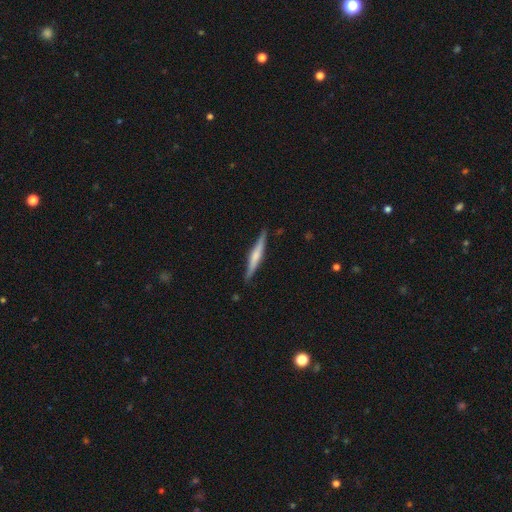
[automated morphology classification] Smooth or featured: featured or disk — 56% (smooth — 39%)
Edge-on disk: yes — 97% (no — 3%)
Edge-on bulge: rounded — 56% (none — 23%)
Merging: none — 88% (minor disturbance — 9%)